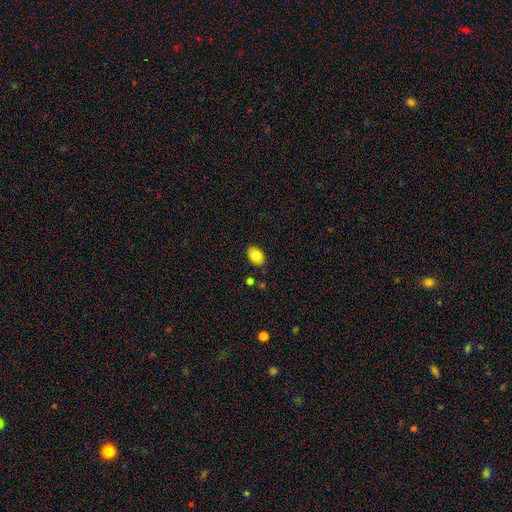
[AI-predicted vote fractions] Smooth or featured? Predicted: smooth (p=0.79). How rounded? Predicted: in between (p=0.85). Merging? Predicted: none (p=0.81).